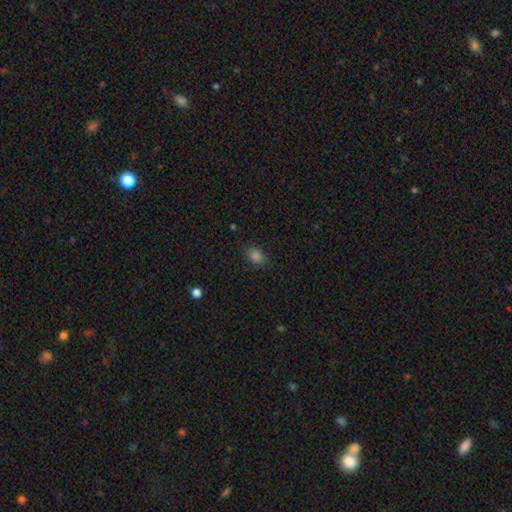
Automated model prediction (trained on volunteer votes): The model was most divided on "how rounded": in between: 70%, round: 29%, cigar-shaped: 1%. More confident: merging — none (85%); smooth or featured — smooth (81%).